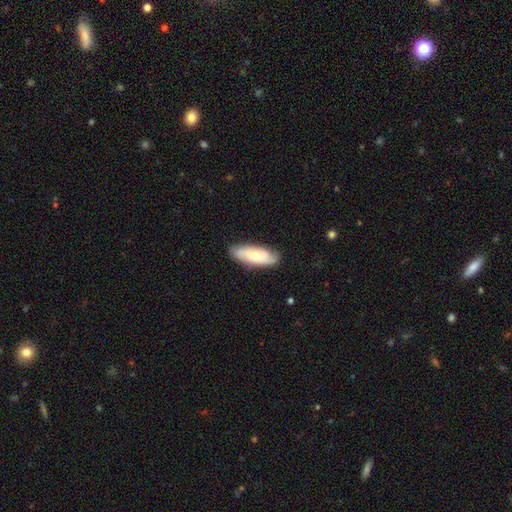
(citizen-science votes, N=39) Smooth or featured? 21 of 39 (54%) said smooth. How rounded? 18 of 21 (86%) said in between. Merging? 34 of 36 (94%) said none.